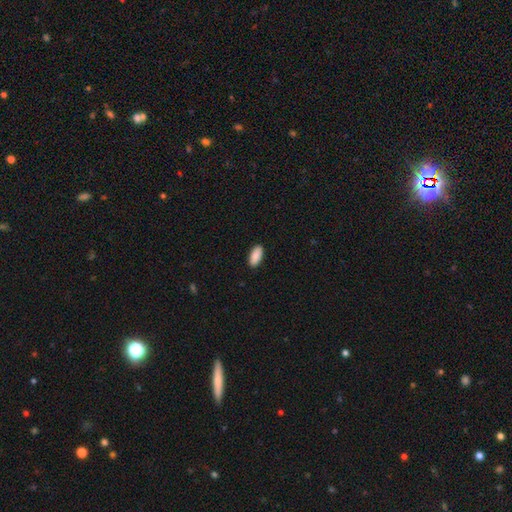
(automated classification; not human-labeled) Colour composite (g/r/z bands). It shows a smooth galaxy with no disk features (89%) that is in between round and cigar-shaped (88%). Merging: none (90%).